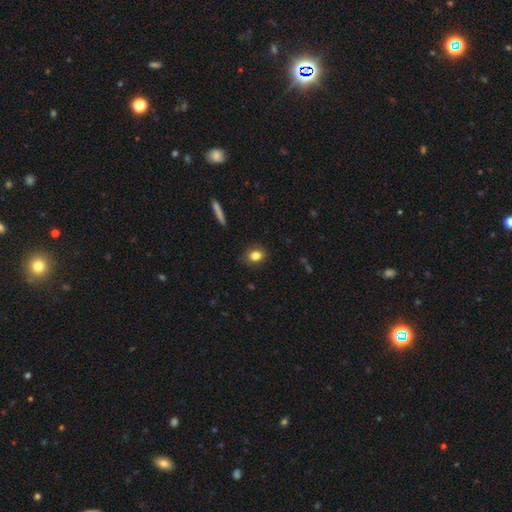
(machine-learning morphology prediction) Smooth or featured: smooth — 82% (star or artifact — 10%)
How rounded: in between — 58% (round — 40%)
Merging: none — 87% (minor disturbance — 10%)